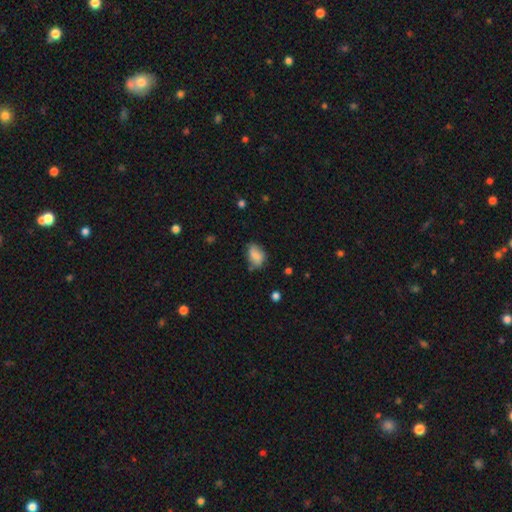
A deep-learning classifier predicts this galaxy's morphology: Overall: smooth (77%). How rounded: in between (83%). Merging: none (55%; minor disturbance 32%).